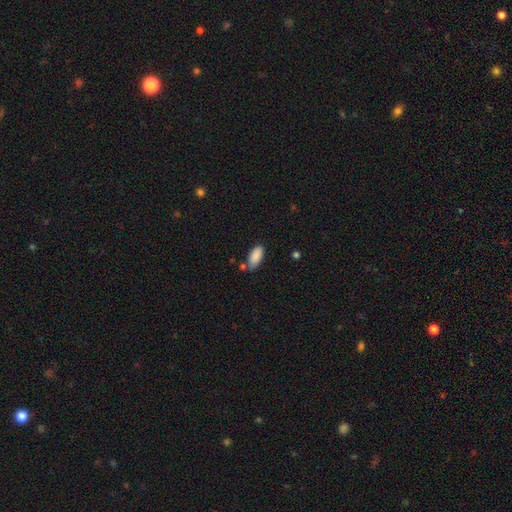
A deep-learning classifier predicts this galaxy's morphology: Smooth or featured? smooth (89%)
How rounded? in between (87%)
Merging? none (71%)